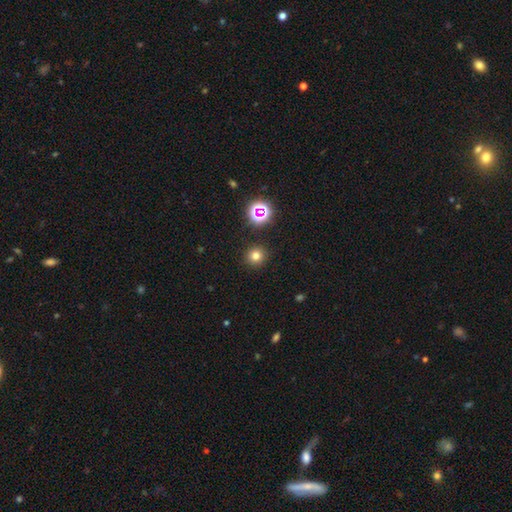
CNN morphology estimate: This is likely a smooth galaxy (74%). How rounded: clearly round (94%). Merging: clearly none (91%).